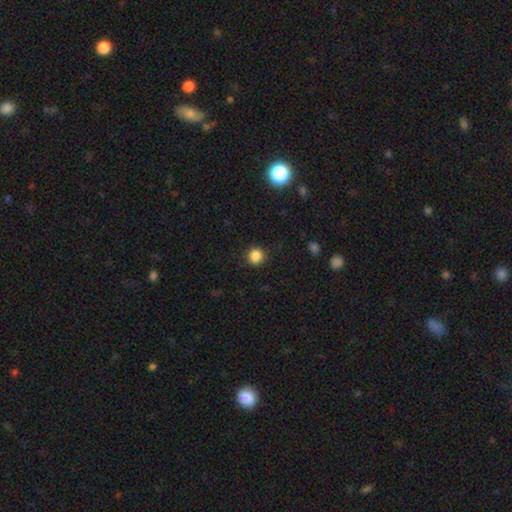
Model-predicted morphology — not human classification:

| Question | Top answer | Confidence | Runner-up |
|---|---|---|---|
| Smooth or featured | smooth | 85% | star or artifact (12%) |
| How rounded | round | 85% | in between (14%) |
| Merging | none | 86% | minor disturbance (10%) |